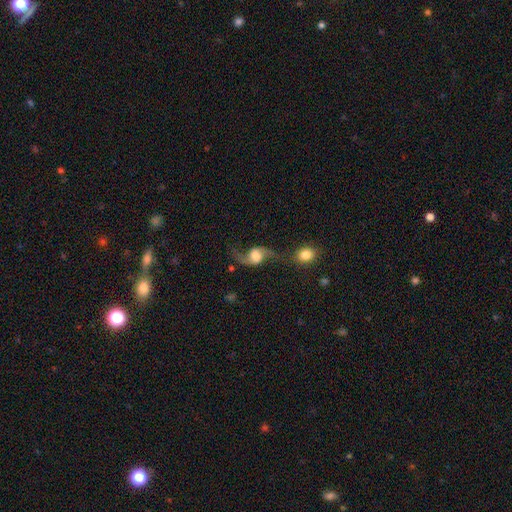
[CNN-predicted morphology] A featured or disk galaxy (81%) with no bar (57%), 2 (92%) loose (87%) spiral arms (95%) and a large central bulge (39%).

Vote fractions:
- Smooth or featured? featured or disk: 81% / smooth: 12% / star or artifact: 7%
- Edge-on disk? no: 96% / yes: 4%
- Bar? no: 57% / weak: 34% / strong: 9%
- Spiral arms? yes: 95% / no: 5%
- Spiral winding? loose: 87% / medium: 10% / tight: 2%
- Spiral arm count? 2: 92% / 1: 4% / can't tell: 2% / 3: 1% / 4: 1% / more than 4: 1%
- Bulge size? large: 39% / moderate: 37% / small: 11% / dominant: 8% / none: 5%
- Merging? none: 48% / merger: 20% / minor disturbance: 16% / major disturbance: 15%